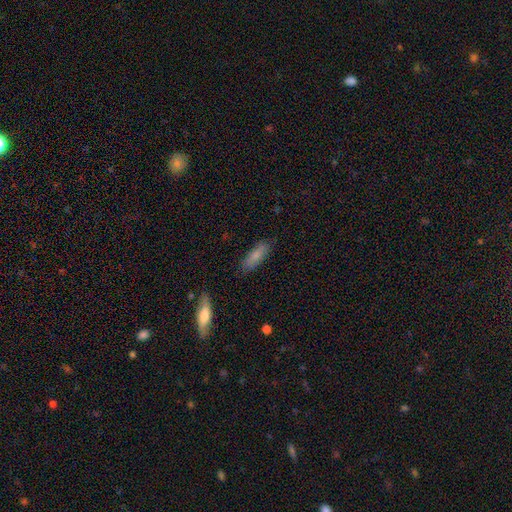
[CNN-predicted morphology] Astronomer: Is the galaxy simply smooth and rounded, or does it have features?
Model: smooth — 78%.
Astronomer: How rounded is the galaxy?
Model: in between — 53% (runner-up: cigar-shaped, 45%).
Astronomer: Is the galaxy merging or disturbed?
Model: none — 81%.